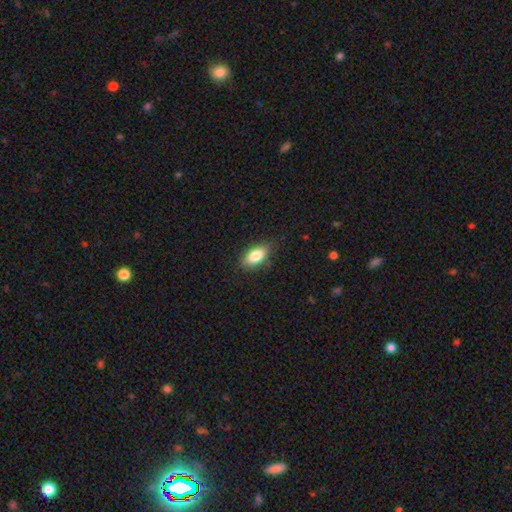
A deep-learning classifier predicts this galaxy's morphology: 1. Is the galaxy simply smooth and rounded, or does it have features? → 81% smooth, 11% featured or disk, 8% star or artifact.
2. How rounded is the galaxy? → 88% in between, 7% cigar-shaped, 5% round.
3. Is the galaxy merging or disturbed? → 82% none, 14% minor disturbance, 3% major disturbance, 1% merger.